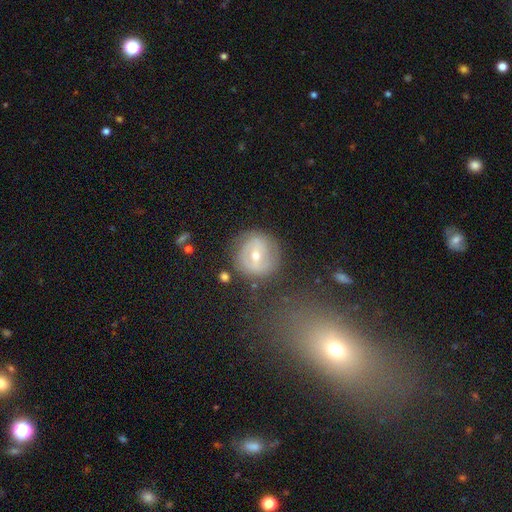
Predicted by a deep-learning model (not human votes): smooth-or-featured: featured or disk: 62% | smooth: 29% | star or artifact: 9%
  disk-edge-on: no: 96% | yes: 4%
    bar: weak: 44% | no: 29% | strong: 27%
    has-spiral-arms: yes: 65% | no: 35%
    bulge-size: moderate: 52% | small: 45% | large: 2% | none: 1% | dominant: 1%
  merging: none: 78% | minor disturbance: 13% | major disturbance: 6% | merger: 3%